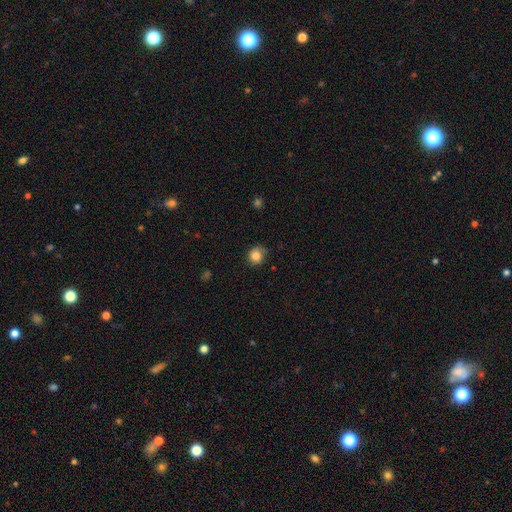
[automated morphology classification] Overall: smooth (82%). How rounded: round (79%). Merging: none (67%).